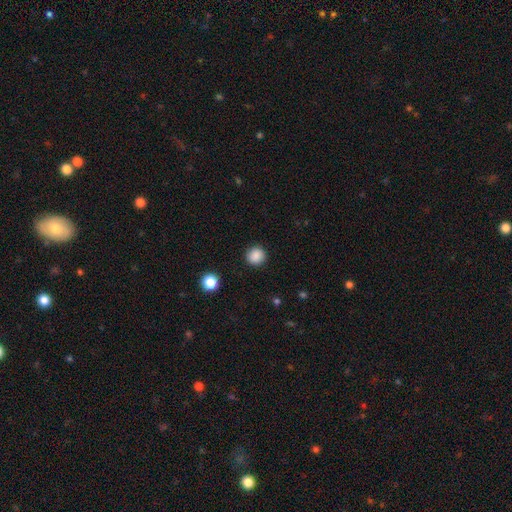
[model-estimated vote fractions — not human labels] smooth-or-featured: smooth: 87% | star or artifact: 10% | featured or disk: 3%
  how-rounded: round: 93% | in between: 6% | cigar-shaped: 1%
  merging: none: 91% | minor disturbance: 6% | major disturbance: 2% | merger: 1%